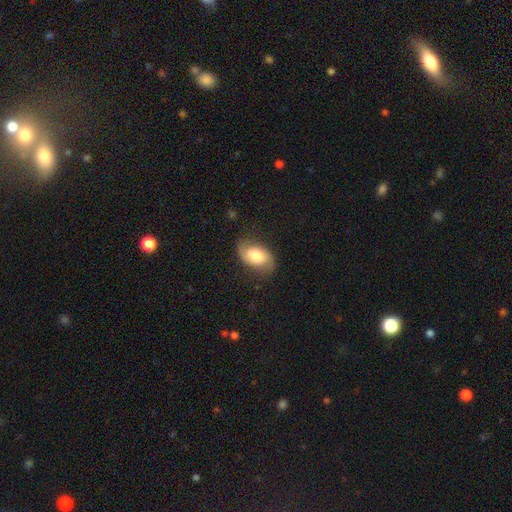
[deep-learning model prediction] Smooth or featured? Predicted: smooth (p=0.57). How rounded? Predicted: in between (p=0.91). Merging? Predicted: none (p=0.68).